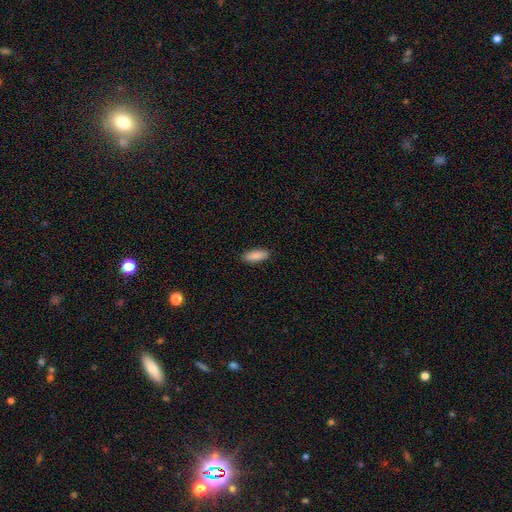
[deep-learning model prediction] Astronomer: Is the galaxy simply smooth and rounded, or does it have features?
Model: smooth — 88%.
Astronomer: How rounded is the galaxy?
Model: in between — 68%.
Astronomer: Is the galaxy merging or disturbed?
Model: none — 90%.